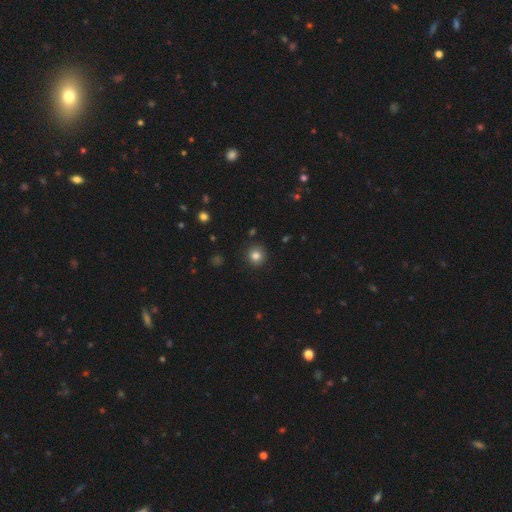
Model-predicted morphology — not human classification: Smooth or featured: smooth — 82% (star or artifact — 12%)
How rounded: round — 91% (in between — 8%)
Merging: none — 90% (minor disturbance — 7%)